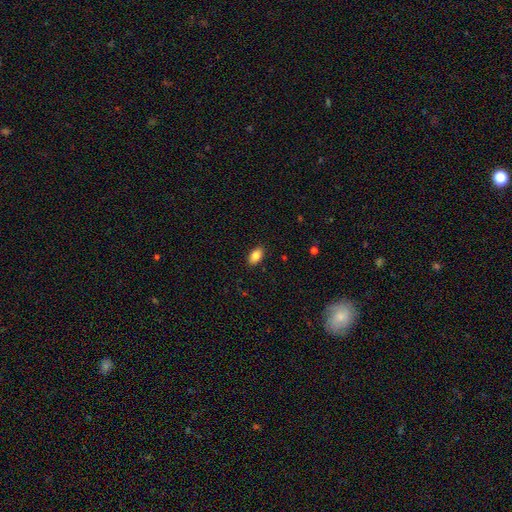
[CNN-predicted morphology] smooth 84%, star or artifact 8%, featured or disk 8%. Down the decision tree: how rounded — in between (91%); merging — none (88%).